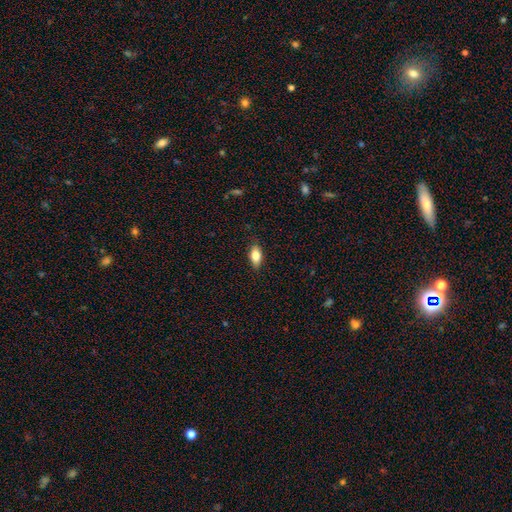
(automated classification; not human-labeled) smooth-or-featured: smooth: 80% | featured or disk: 12% | star or artifact: 7%
  how-rounded: in between: 87% | cigar-shaped: 9% | round: 4%
  merging: none: 86% | minor disturbance: 11% | major disturbance: 2% | merger: 1%